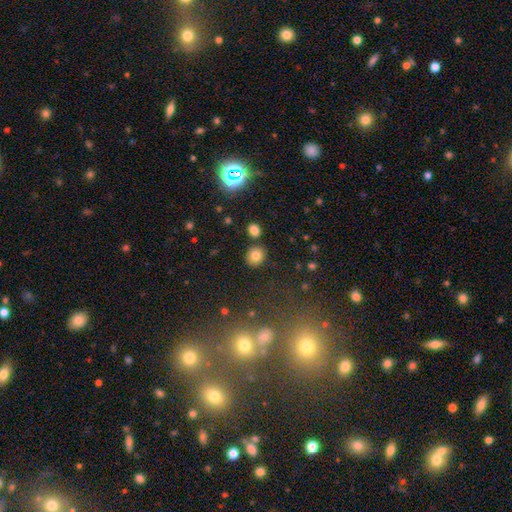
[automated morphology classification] This is likely a smooth galaxy (80%). How rounded: likely round (75%). Merging: clearly none (82%).